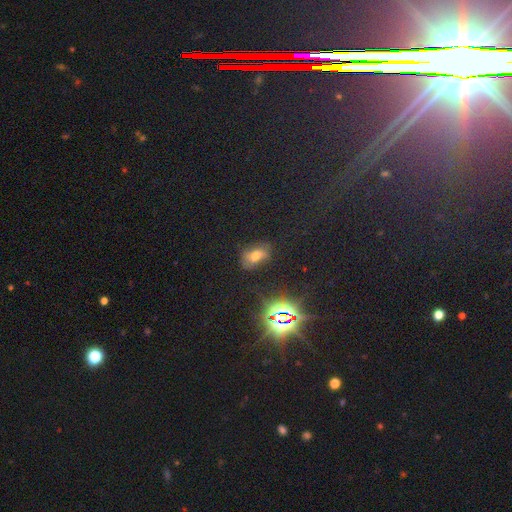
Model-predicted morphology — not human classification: Overall: smooth (52%; star or artifact 29%). How rounded: in between (83%). Merging: none (67%).